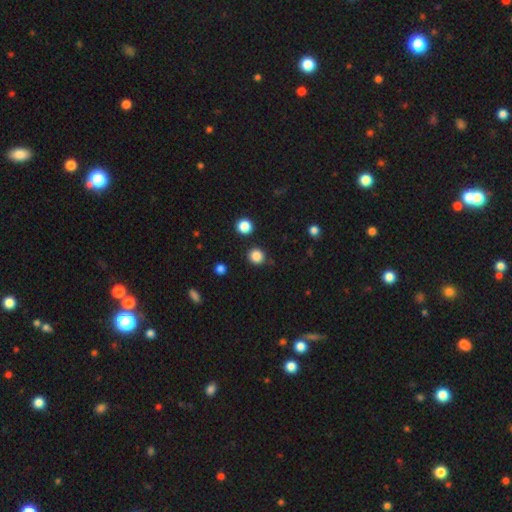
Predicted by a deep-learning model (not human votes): Morphology: type=smooth (85%); roundness=round (92%); merging=none (89%).